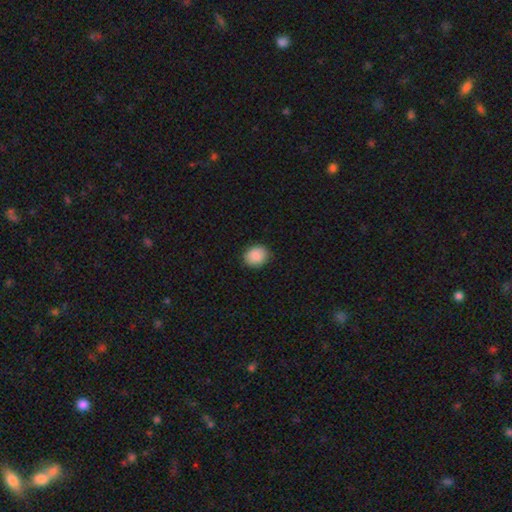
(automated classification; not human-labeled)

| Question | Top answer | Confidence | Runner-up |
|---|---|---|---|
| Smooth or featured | smooth | 89% | star or artifact (7%) |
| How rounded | round | 57% | in between (42%) |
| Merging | none | 88% | minor disturbance (9%) |